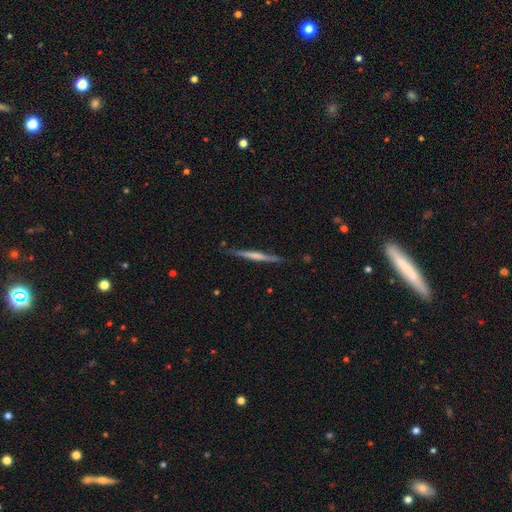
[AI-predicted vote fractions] Q: Smooth or featured?
A: featured or disk (54%); runner-up: smooth (40%)
Q: Edge-on disk?
A: yes (97%); runner-up: no (3%)
Q: Edge-on bulge?
A: none (58%); runner-up: rounded (25%)
Q: Merging?
A: none (85%); runner-up: minor disturbance (12%)